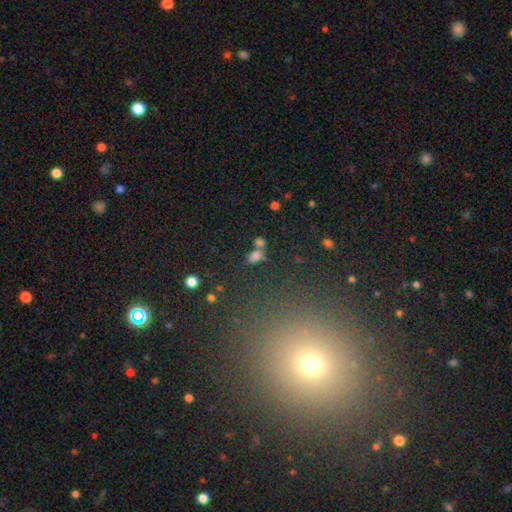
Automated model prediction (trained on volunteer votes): The model was most divided on "merging": none: 45%, merger: 36%, minor disturbance: 13%, major disturbance: 7%. More confident: how rounded — in between (83%); smooth or featured — smooth (77%).